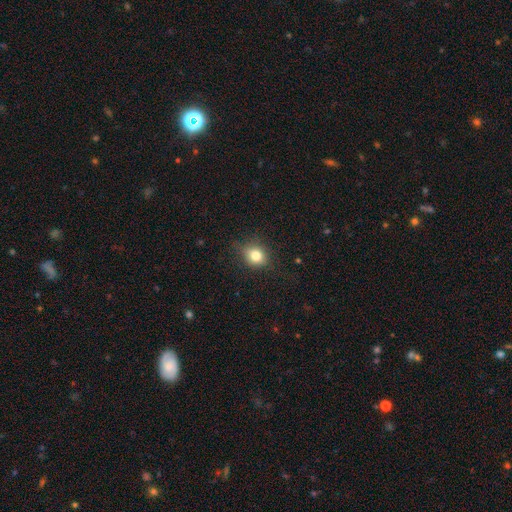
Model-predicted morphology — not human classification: Smooth or featured? smooth (80%)
How rounded? round (67%)
Merging? none (78%)